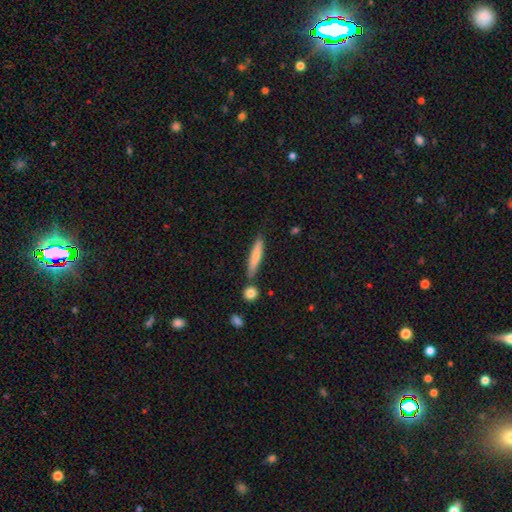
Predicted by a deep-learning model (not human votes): Smooth or featured?
  - smooth: 72% *
  - featured or disk: 22%
  - star or artifact: 6%
How rounded?
  - cigar-shaped: 88% *
  - in between: 11%
  - round: 2%
Merging?
  - none: 77% *
  - minor disturbance: 13%
  - merger: 7%
  - major disturbance: 3%